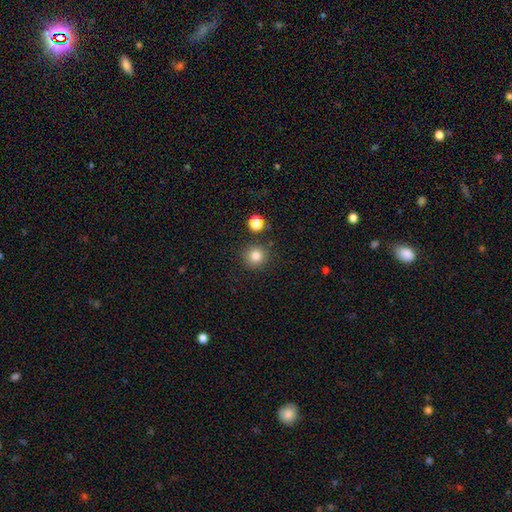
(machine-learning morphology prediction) Overall: smooth (82%). How rounded: round (93%). Merging: none (86%).